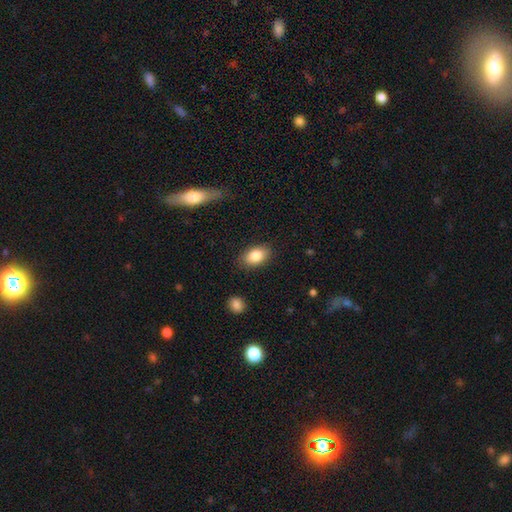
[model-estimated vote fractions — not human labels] smooth 84%, featured or disk 8%, star or artifact 7%. Down the decision tree: how rounded — in between (89%); merging — none (84%).